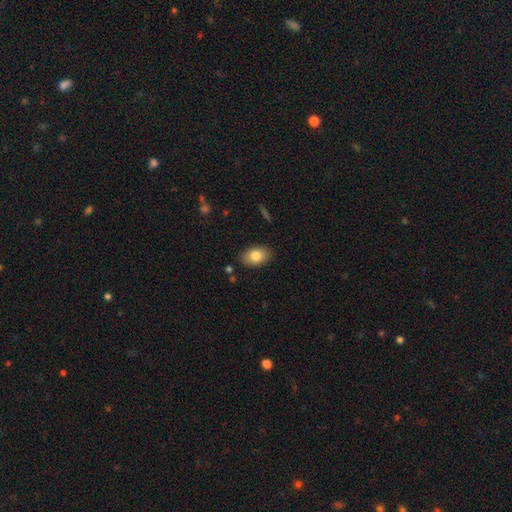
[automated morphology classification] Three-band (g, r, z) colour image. It shows a smooth galaxy with no disk features (81%) that is in between round and cigar-shaped (89%). Merging: none (86%).